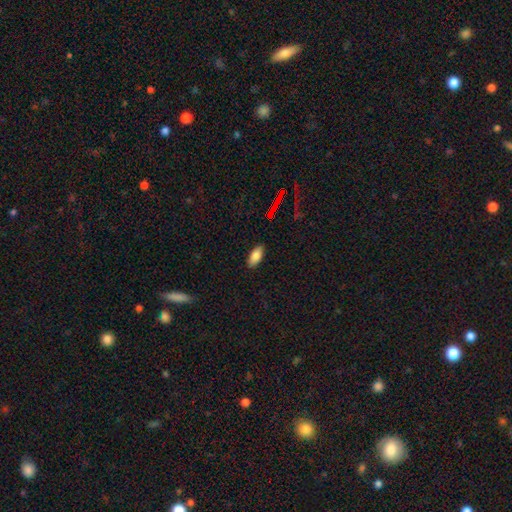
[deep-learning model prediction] This is clearly a smooth galaxy (85%). How rounded: clearly in between (90%). Merging: clearly none (87%).